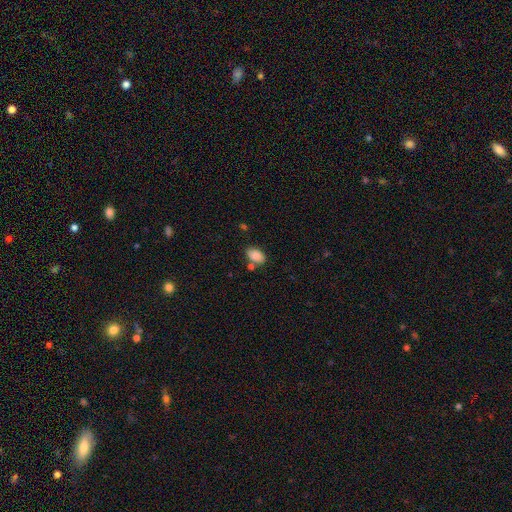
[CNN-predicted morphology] smooth_or_featured: smooth (p=0.84) [alt: star or artifact p=0.08]
how_rounded: in between (p=0.88) [alt: round p=0.10]
merging: none (p=0.63) [alt: minor disturbance p=0.18]